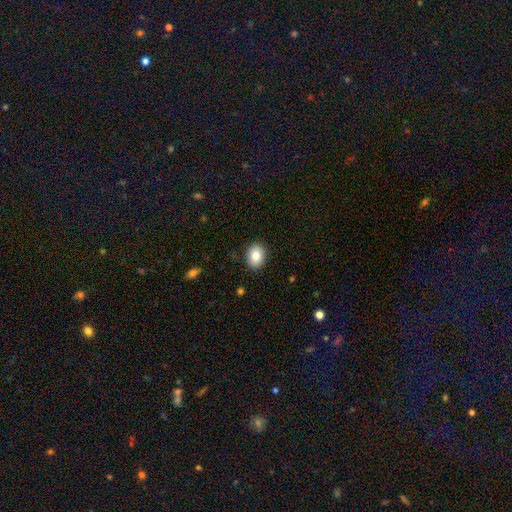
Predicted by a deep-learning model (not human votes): Overall: smooth (84%). How rounded: in between (68%; round 31%). Merging: none (89%).